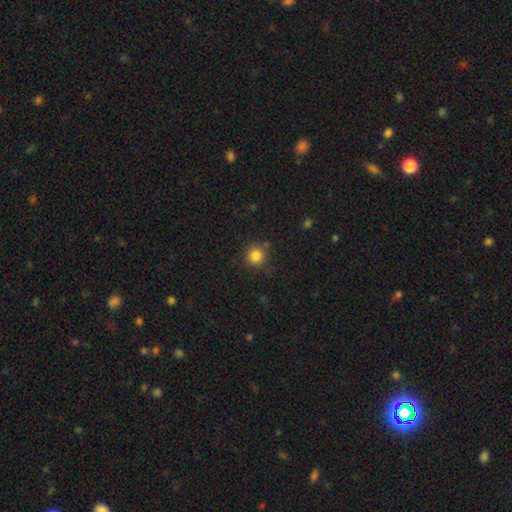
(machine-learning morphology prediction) This is clearly a smooth galaxy (84%). How rounded: clearly round (93%). Merging: clearly none (83%).